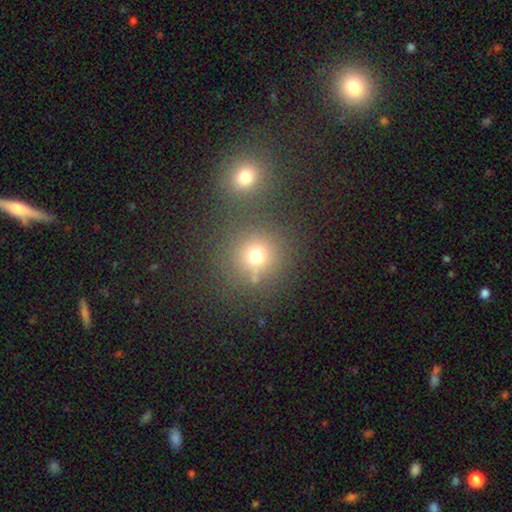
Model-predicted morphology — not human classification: smooth-or-featured: smooth: 70% | star or artifact: 20% | featured or disk: 11%
  how-rounded: round: 89% | in between: 10% | cigar-shaped: 1%
  merging: none: 68% | merger: 17% | minor disturbance: 9% | major disturbance: 5%